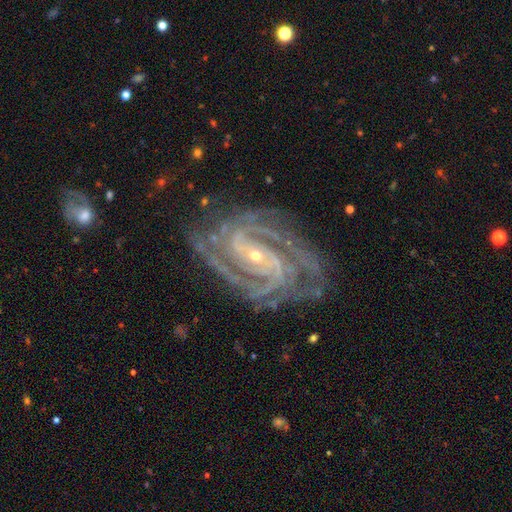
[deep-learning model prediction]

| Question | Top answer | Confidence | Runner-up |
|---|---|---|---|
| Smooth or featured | featured or disk | 91% | star or artifact (6%) |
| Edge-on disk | no | 97% | yes (3%) |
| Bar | no | 38% | weak (35%) |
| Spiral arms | yes | 99% | no (1%) |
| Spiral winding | tight | 63% | medium (32%) |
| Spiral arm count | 2 | 37% | 3 (23%) |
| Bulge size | small | 80% | moderate (17%) |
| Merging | none | 74% | minor disturbance (17%) |